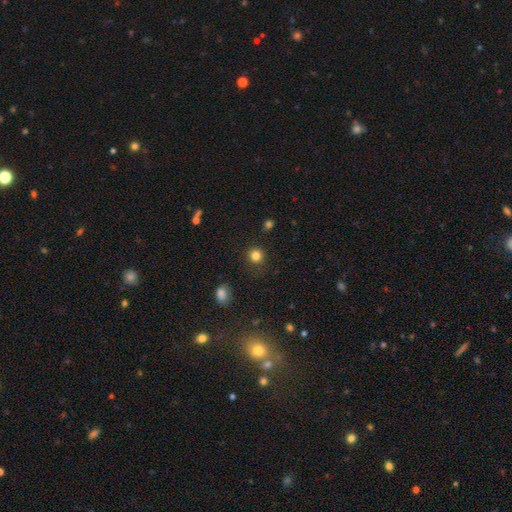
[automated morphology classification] Smooth or featured: smooth — 82% (star or artifact — 13%)
How rounded: round — 92% (in between — 7%)
Merging: none — 87% (minor disturbance — 9%)